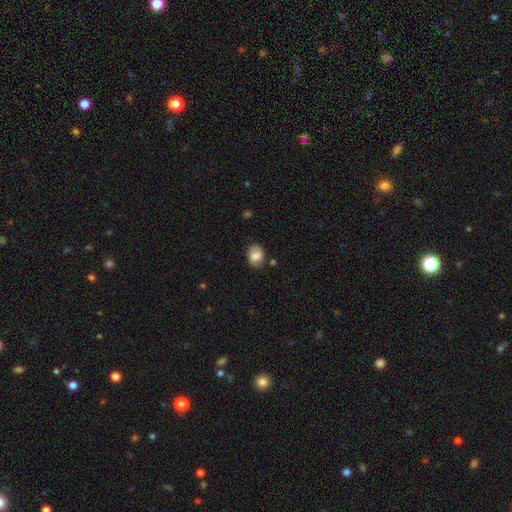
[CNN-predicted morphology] Smooth or featured? smooth (74%)
How rounded? in between (66%)
Merging? none (78%)